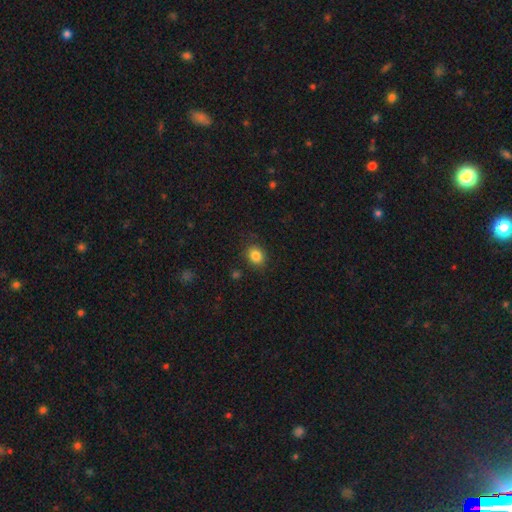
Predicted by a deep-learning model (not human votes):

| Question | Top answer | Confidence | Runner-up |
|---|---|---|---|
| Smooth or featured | smooth | 84% | star or artifact (11%) |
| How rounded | round | 62% | in between (37%) |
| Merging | none | 83% | minor disturbance (12%) |